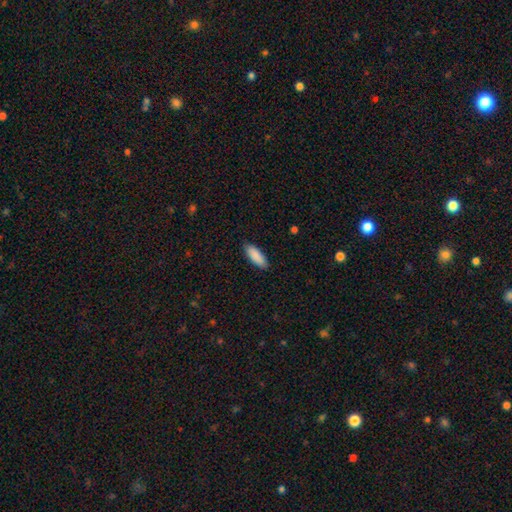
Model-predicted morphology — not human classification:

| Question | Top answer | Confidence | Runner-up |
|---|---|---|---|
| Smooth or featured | smooth | 90% | star or artifact (6%) |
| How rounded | in between | 65% | cigar-shaped (34%) |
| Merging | none | 89% | minor disturbance (9%) |